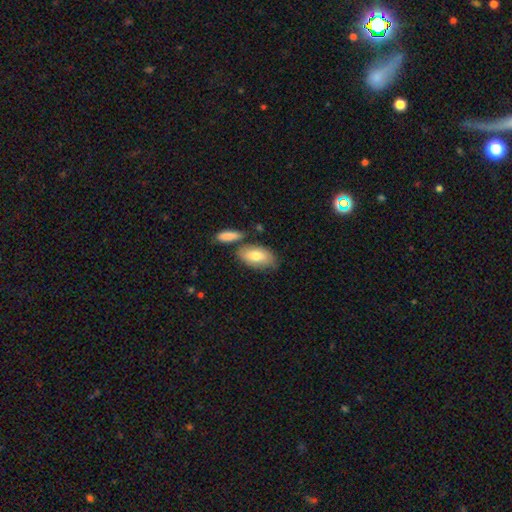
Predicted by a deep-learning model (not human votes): smooth 77%, featured or disk 17%, star or artifact 6%. Down the decision tree: how rounded — in between (91%); merging — none (62%).